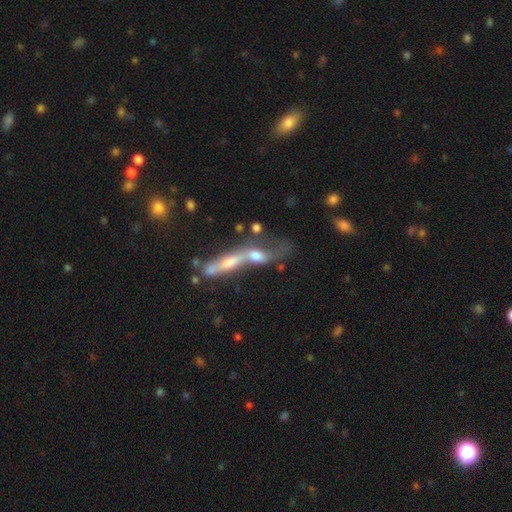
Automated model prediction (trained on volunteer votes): A smooth galaxy with no disk features (46%).

Vote fractions:
- Smooth or featured? smooth: 46% / featured or disk: 42% / star or artifact: 12%
- Merging? merger: 66% / none: 15% / major disturbance: 11% / minor disturbance: 8%